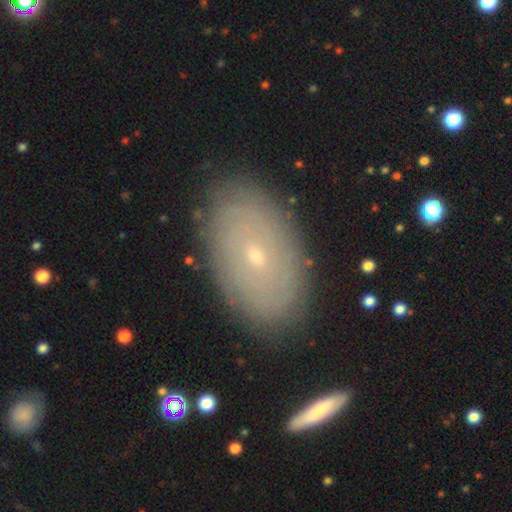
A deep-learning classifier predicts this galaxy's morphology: Overall: smooth (45%; featured or disk 44%). Merging: none (87%).